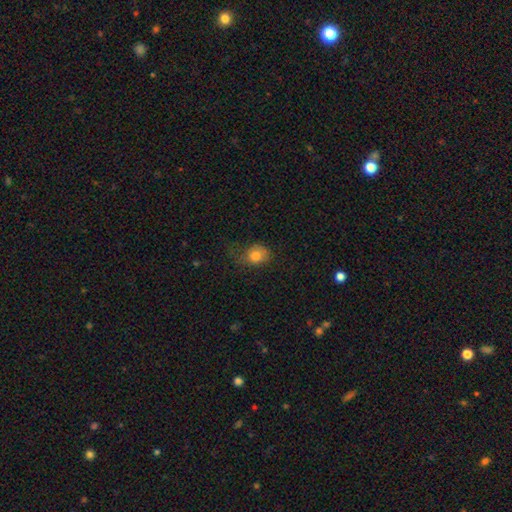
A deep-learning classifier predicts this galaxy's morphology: The model was most divided on "merging": none: 48%, minor disturbance: 30%, major disturbance: 20%, merger: 2%. More confident: smooth or featured — smooth (81%); how rounded — round (61%).